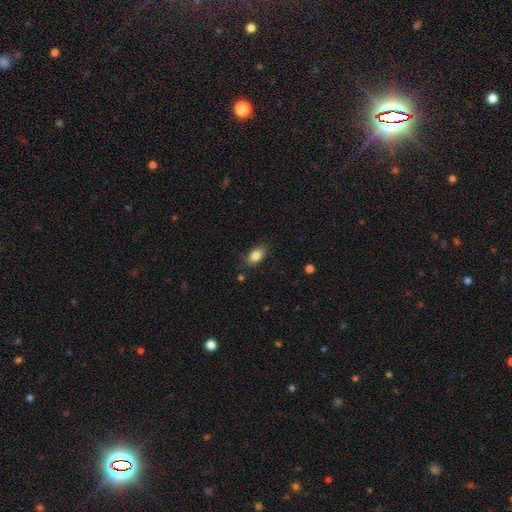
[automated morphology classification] Smooth or featured: smooth — 84% (star or artifact — 8%)
How rounded: in between — 88% (round — 9%)
Merging: none — 81% (minor disturbance — 15%)